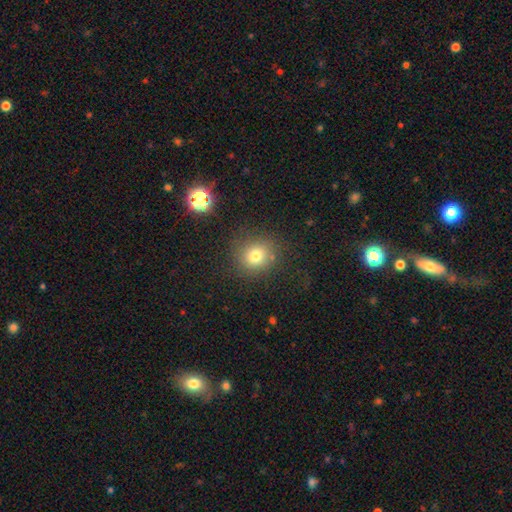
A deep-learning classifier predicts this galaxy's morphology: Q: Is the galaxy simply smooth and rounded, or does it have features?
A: smooth — 75%.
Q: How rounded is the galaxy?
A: round — 80%.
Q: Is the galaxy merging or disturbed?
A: none — 82%.